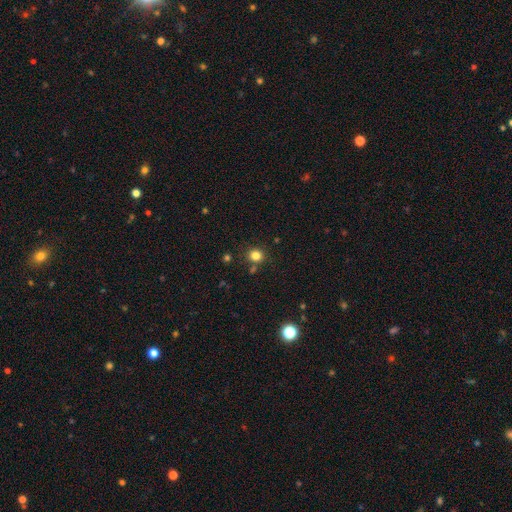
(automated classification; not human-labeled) Smooth or featured: smooth — 81% (star or artifact — 14%)
How rounded: round — 86% (in between — 13%)
Merging: none — 83% (minor disturbance — 8%)